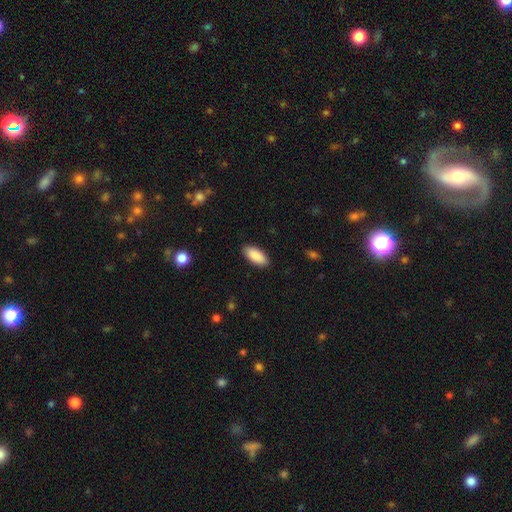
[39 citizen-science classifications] Morphology: type=smooth (92%); roundness=in between (94%); merging=none (97%).